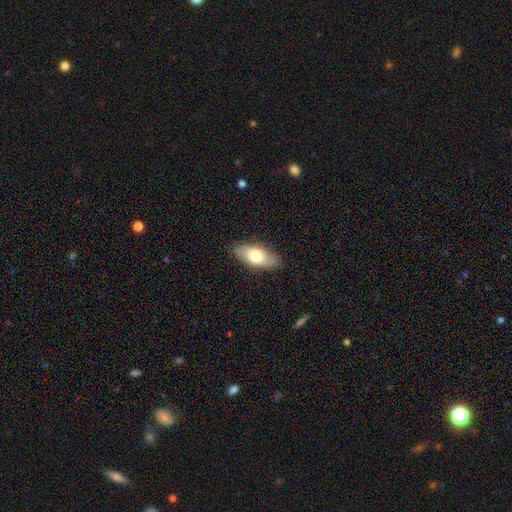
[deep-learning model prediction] smooth 68%, featured or disk 26%, star or artifact 6%. Down the decision tree: how rounded — in between (87%); merging — none (85%).